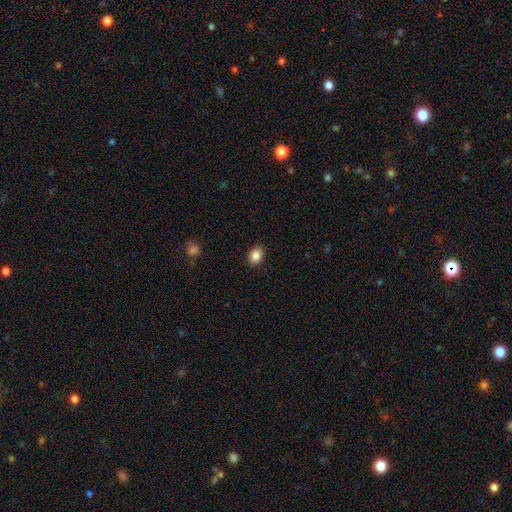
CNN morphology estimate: smooth 86%, star or artifact 9%, featured or disk 4%. Down the decision tree: how rounded — in between (60%); merging — none (89%).